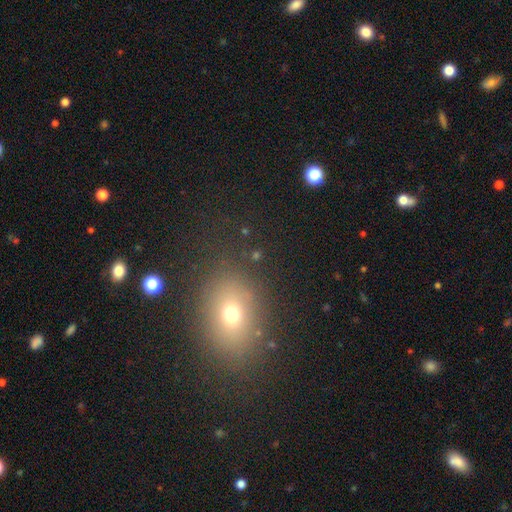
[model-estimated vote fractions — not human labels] This is likely a smooth galaxy (61%). How rounded: possibly round (51%). Merging: likely none (79%).